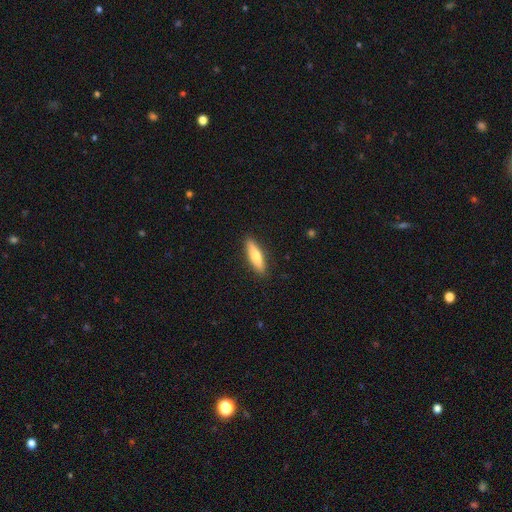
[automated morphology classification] smooth_or_featured: smooth (p=0.71) [alt: featured or disk p=0.24]
how_rounded: cigar-shaped (p=0.70) [alt: in between p=0.28]
merging: none (p=0.89) [alt: minor disturbance p=0.08]